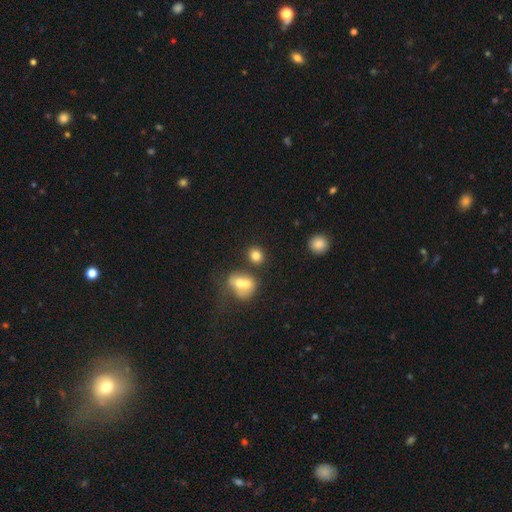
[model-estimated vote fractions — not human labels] smooth-or-featured: smooth: 79% | star or artifact: 11% | featured or disk: 10%
  how-rounded: round: 64% | in between: 35% | cigar-shaped: 1%
  merging: none: 59% | merger: 28% | minor disturbance: 9% | major disturbance: 4%